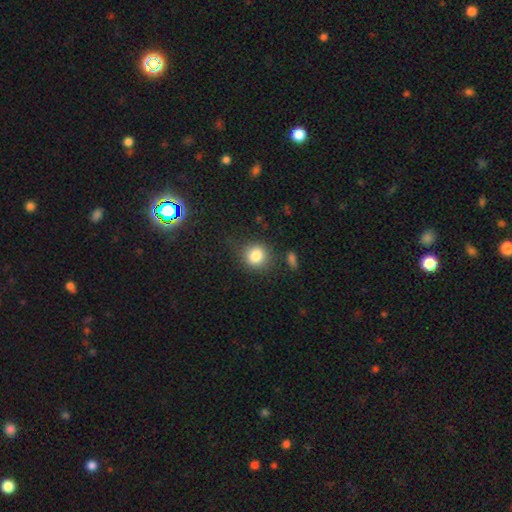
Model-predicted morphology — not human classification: smooth 83%, star or artifact 11%, featured or disk 7%. Down the decision tree: how rounded — round (84%); merging — none (80%).